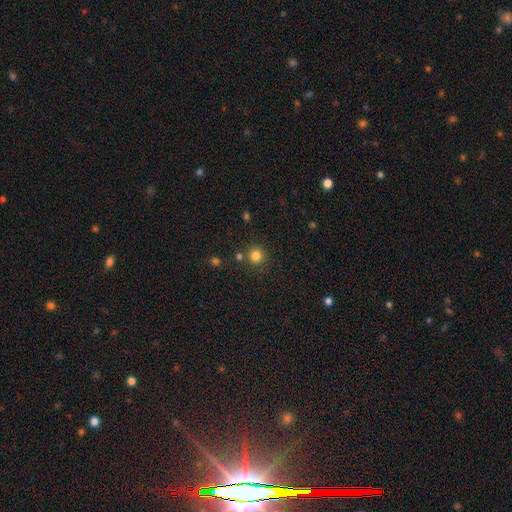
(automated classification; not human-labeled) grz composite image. It shows a smooth galaxy with no disk features (82%) that is round (93%). Merging: none (82%).